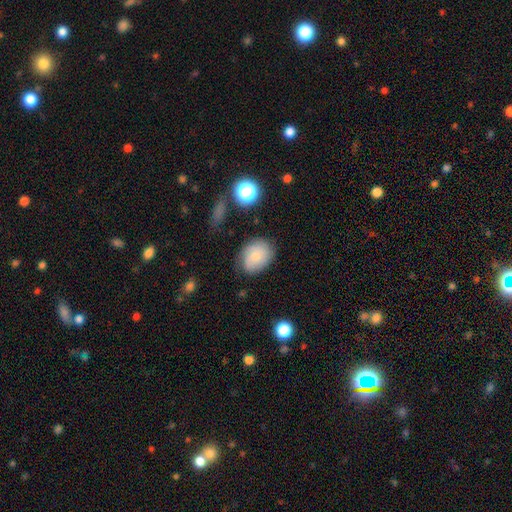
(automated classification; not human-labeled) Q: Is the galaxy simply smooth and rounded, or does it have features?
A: smooth — 67%.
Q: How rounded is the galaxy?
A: in between — 64%.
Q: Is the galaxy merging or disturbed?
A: none — 69%.